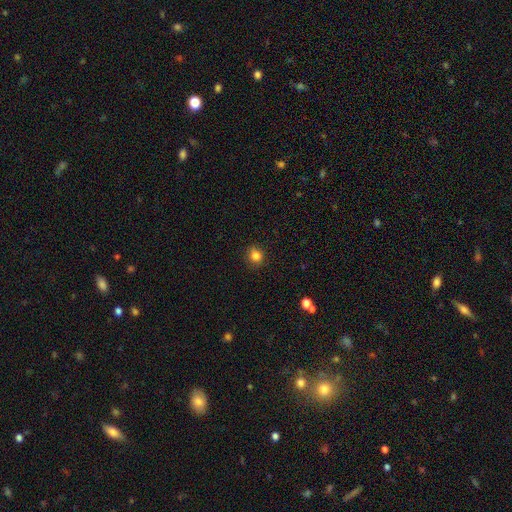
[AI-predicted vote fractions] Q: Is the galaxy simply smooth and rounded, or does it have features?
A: smooth — 83%.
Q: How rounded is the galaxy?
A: round — 85%.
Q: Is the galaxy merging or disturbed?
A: none — 88%.